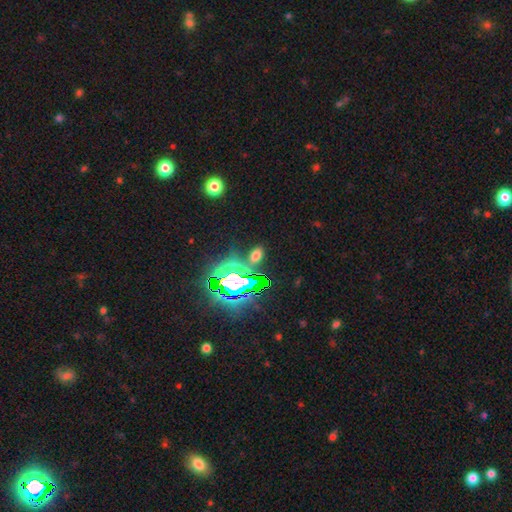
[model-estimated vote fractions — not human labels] Overall: smooth (52%; star or artifact 39%). How rounded: in between (83%). Merging: none (81%).